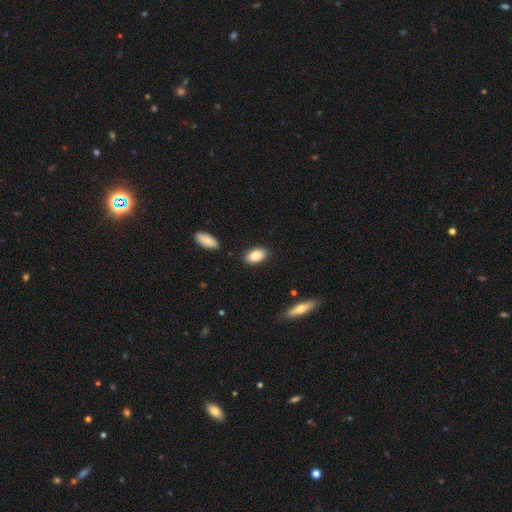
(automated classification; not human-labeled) Smooth or featured? smooth (86%)
How rounded? in between (92%)
Merging? none (84%)